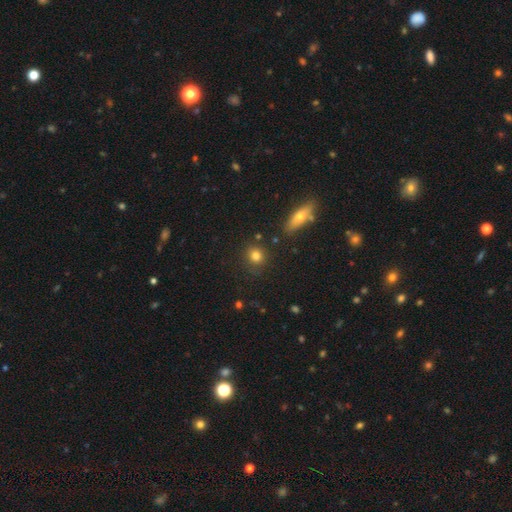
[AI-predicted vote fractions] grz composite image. It shows a smooth galaxy with no disk features (81%) that is round (79%). Merging: none (82%).